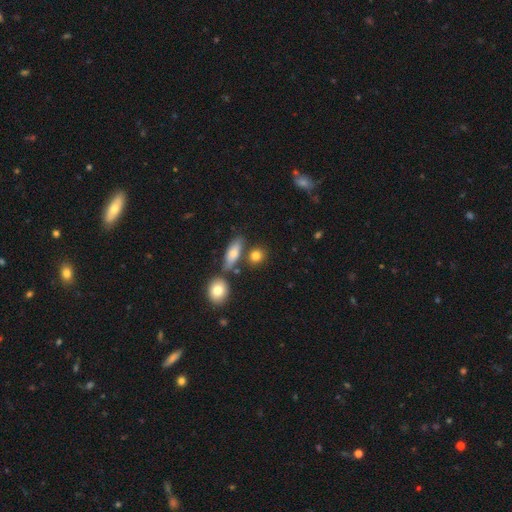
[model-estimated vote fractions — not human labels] This is likely a smooth galaxy (79%). How rounded: possibly round (46%). Merging: likely none (74%).